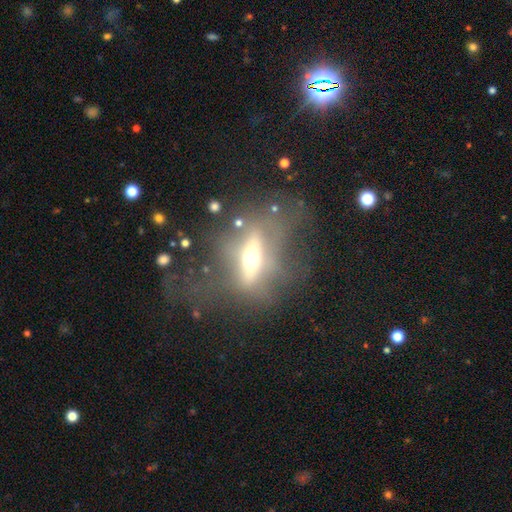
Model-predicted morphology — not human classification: Smooth or featured? featured or disk (67%)
Edge-on disk? yes (58%)
Merging? none (49%)